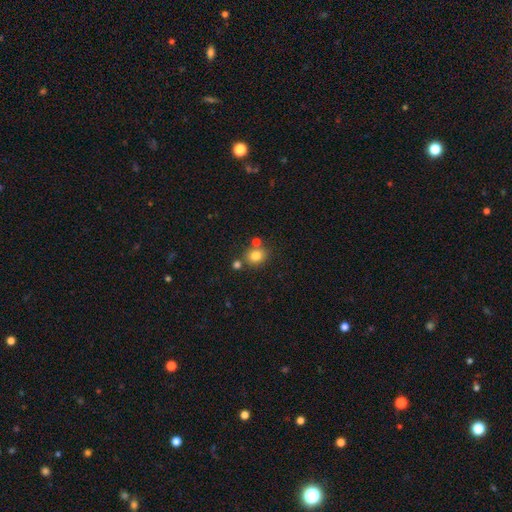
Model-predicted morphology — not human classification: Q: Smooth or featured?
A: smooth (80%); runner-up: star or artifact (12%)
Q: How rounded?
A: round (69%); runner-up: in between (30%)
Q: Merging?
A: none (70%); runner-up: merger (16%)